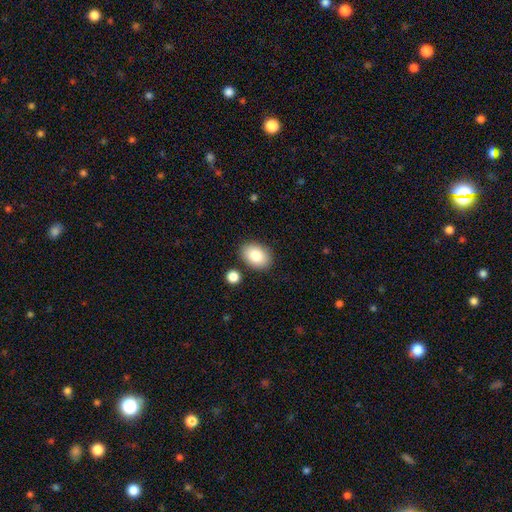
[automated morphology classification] smooth 85%, featured or disk 8%, star or artifact 7%. Down the decision tree: how rounded — in between (80%); merging — none (85%).